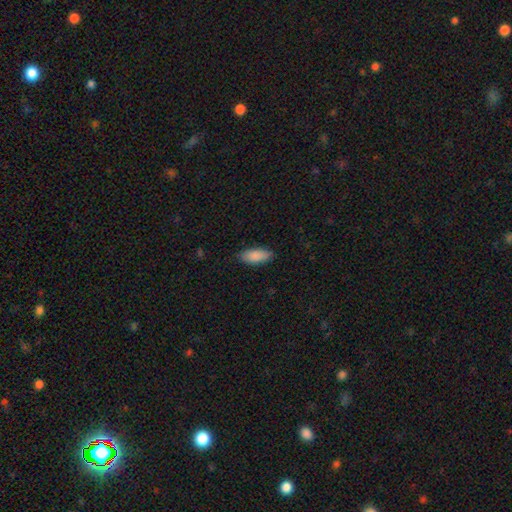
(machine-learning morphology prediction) Smooth or featured? Predicted: smooth (p=0.88). How rounded? Predicted: in between (p=0.82). Merging? Predicted: none (p=0.84).